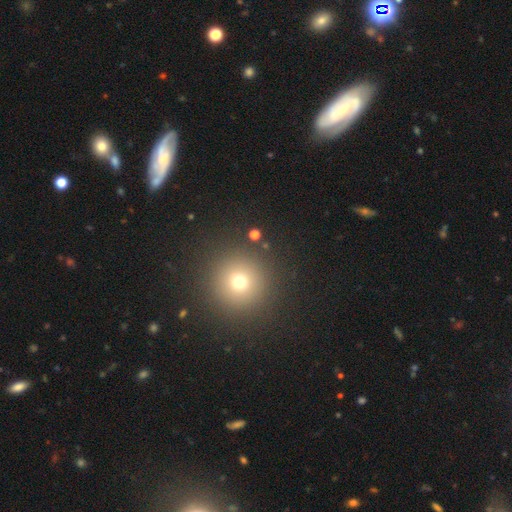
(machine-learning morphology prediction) A smooth galaxy with no disk features (58%) that is round (93%).

Vote fractions:
- Smooth or featured? smooth: 58% / star or artifact: 29% / featured or disk: 14%
- How rounded? round: 93% / in between: 6% / cigar-shaped: 1%
- Merging? none: 89% / minor disturbance: 6% / major disturbance: 3% / merger: 2%